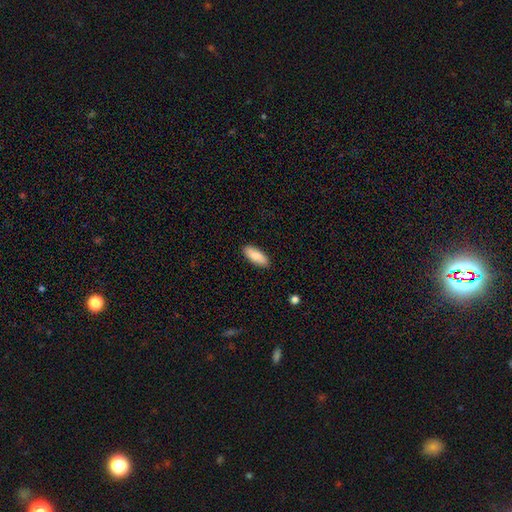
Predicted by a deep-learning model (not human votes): Smooth or featured?
  - smooth: 88% *
  - featured or disk: 6%
  - star or artifact: 6%
How rounded?
  - in between: 77% *
  - cigar-shaped: 22%
  - round: 2%
Merging?
  - none: 89% *
  - minor disturbance: 8%
  - major disturbance: 2%
  - merger: 1%